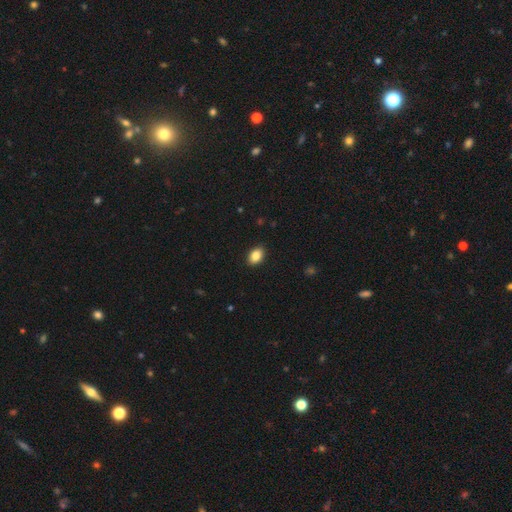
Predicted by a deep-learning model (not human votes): Morphology: type=smooth (87%); roundness=in between (84%); merging=none (90%).